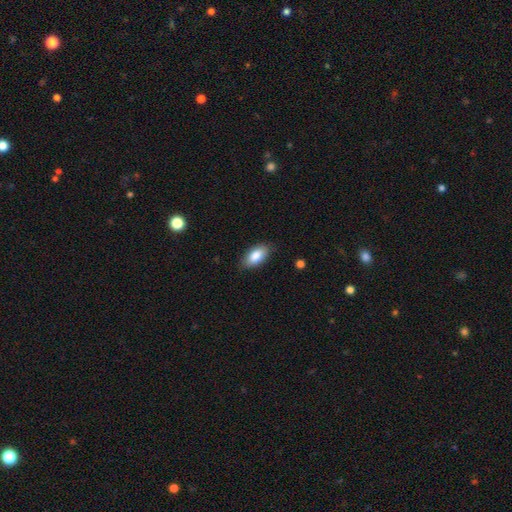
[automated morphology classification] A smooth galaxy with no disk features (84%) that is in between round and cigar-shaped (92%).

Vote fractions:
- Smooth or featured? smooth: 84% / featured or disk: 9% / star or artifact: 6%
- How rounded? in between: 92% / cigar-shaped: 5% / round: 3%
- Merging? none: 84% / minor disturbance: 13% / major disturbance: 3% / merger: 1%